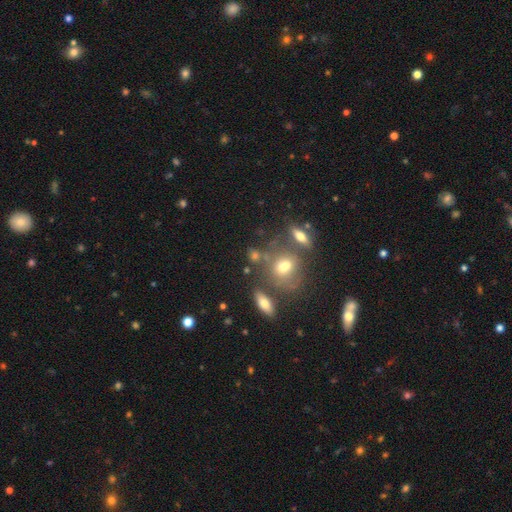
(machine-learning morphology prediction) The model was most divided on "how rounded": in between: 47%, round: 45%, cigar-shaped: 7%. More confident: merging — none (55%); smooth or featured — smooth (55%).